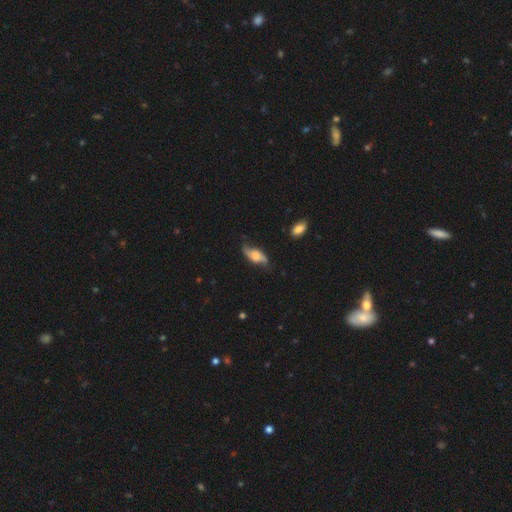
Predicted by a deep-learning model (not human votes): Smooth or featured: featured or disk — 64% (smooth — 30%)
Edge-on disk: no — 79% (yes — 21%)
Bar: no — 64% (weak — 28%)
Spiral arms: yes — 89% (no — 11%)
Bulge size: moderate — 45% (large — 23%)
Merging: none — 67% (minor disturbance — 23%)